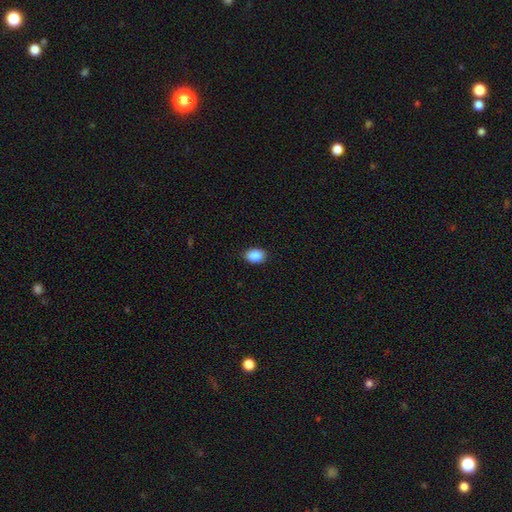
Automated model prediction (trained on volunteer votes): smooth-or-featured: smooth: 89% | star or artifact: 8% | featured or disk: 4%
  how-rounded: in between: 81% | round: 18% | cigar-shaped: 1%
  merging: none: 89% | minor disturbance: 8% | major disturbance: 2% | merger: 1%